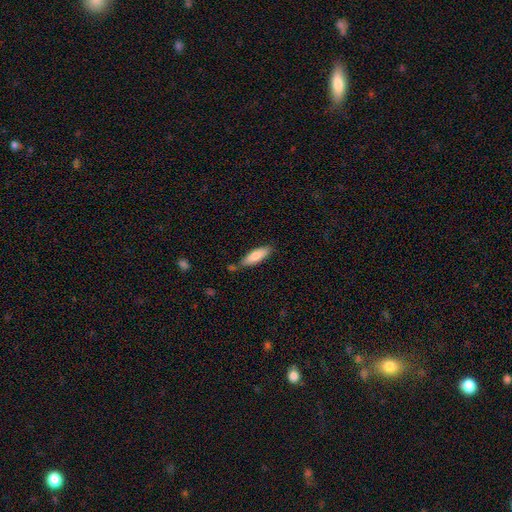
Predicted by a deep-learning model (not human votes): Overall: smooth (80%). How rounded: cigar-shaped (51%; in between 48%). Merging: none (66%).